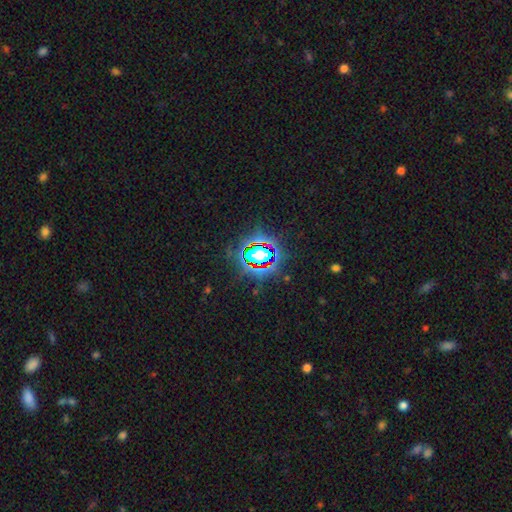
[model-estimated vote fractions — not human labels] Smooth or featured? star or artifact (84%)